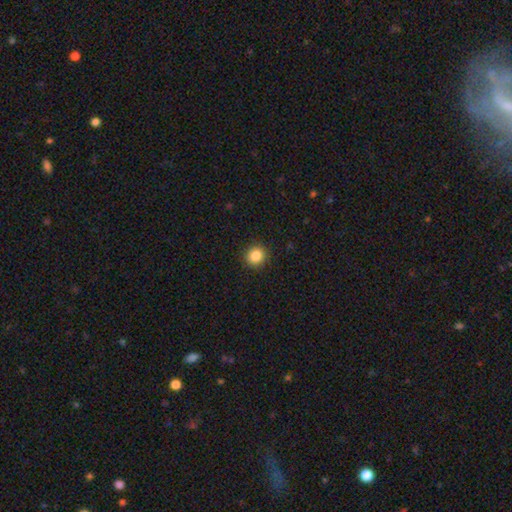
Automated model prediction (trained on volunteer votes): smooth_or_featured: smooth (p=0.86) [alt: star or artifact p=0.10]
how_rounded: round (p=0.88) [alt: in between p=0.11]
merging: none (p=0.92) [alt: minor disturbance p=0.06]